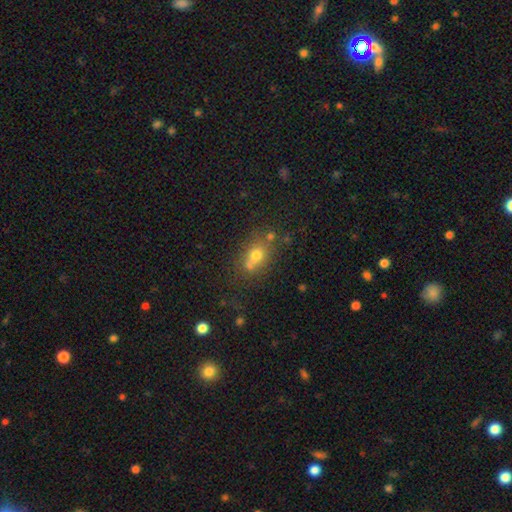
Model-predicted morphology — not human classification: Smooth or featured: smooth — 65% (featured or disk — 18%)
How rounded: in between — 52% (round — 45%)
Merging: none — 53% (merger — 25%)